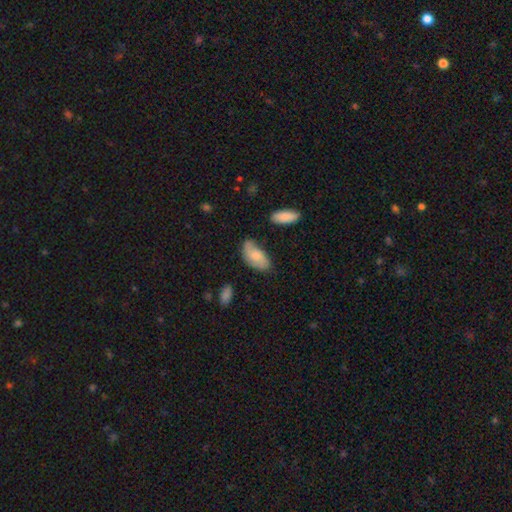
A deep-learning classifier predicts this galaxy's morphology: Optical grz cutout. It shows a smooth galaxy with no disk features (64%) that is in between round and cigar-shaped (93%). Merging: none (59%).